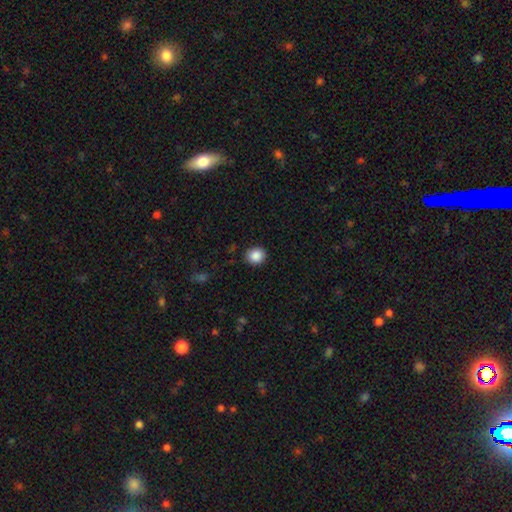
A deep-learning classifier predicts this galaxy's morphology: This is clearly a smooth galaxy (88%). How rounded: likely round (79%). Merging: clearly none (89%).